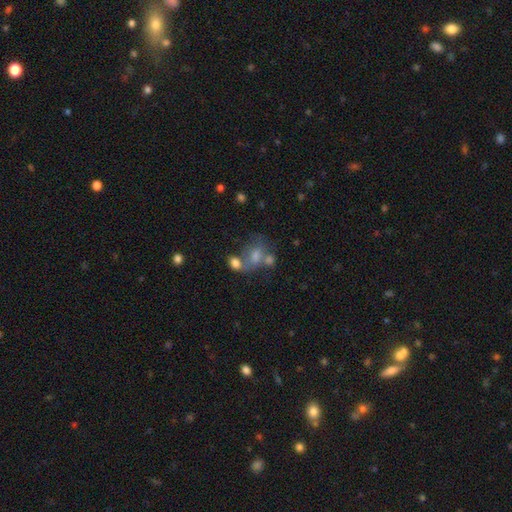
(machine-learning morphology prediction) Q: Smooth or featured?
A: smooth (50%); runner-up: featured or disk (30%)
Q: Merging?
A: merger (44%); runner-up: none (30%)